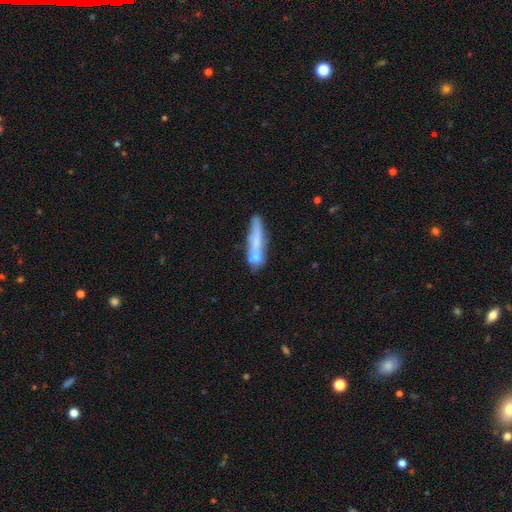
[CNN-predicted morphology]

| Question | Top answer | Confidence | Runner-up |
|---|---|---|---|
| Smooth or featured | smooth | 60% | featured or disk (32%) |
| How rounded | cigar-shaped | 74% | in between (20%) |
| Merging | none | 43% | merger (25%) |